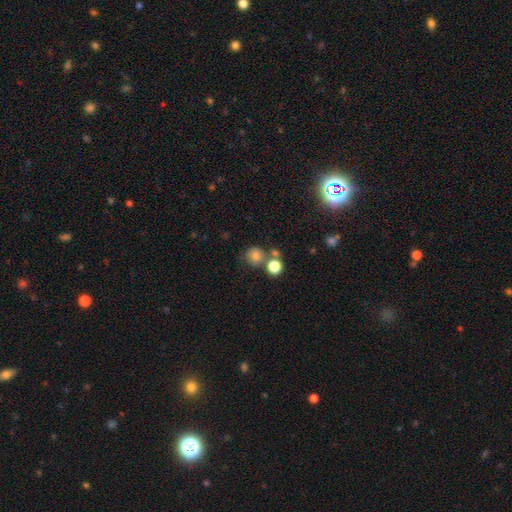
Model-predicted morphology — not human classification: Q: Smooth or featured?
A: smooth (76%); runner-up: star or artifact (14%)
Q: How rounded?
A: round (87%); runner-up: in between (12%)
Q: Merging?
A: none (60%); runner-up: merger (24%)